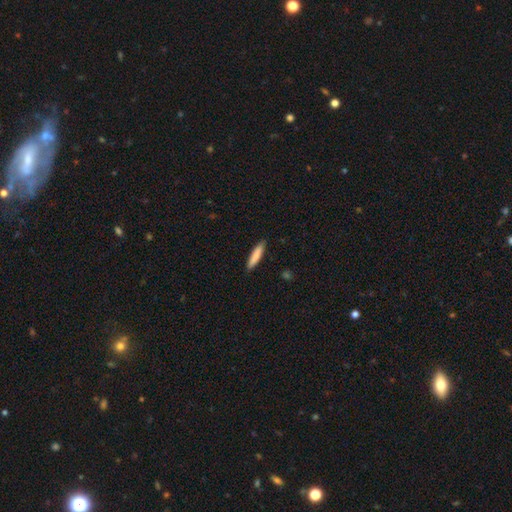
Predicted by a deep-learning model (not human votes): Smooth or featured: smooth — 84% (featured or disk — 11%)
How rounded: cigar-shaped — 86% (in between — 12%)
Merging: none — 90% (minor disturbance — 8%)